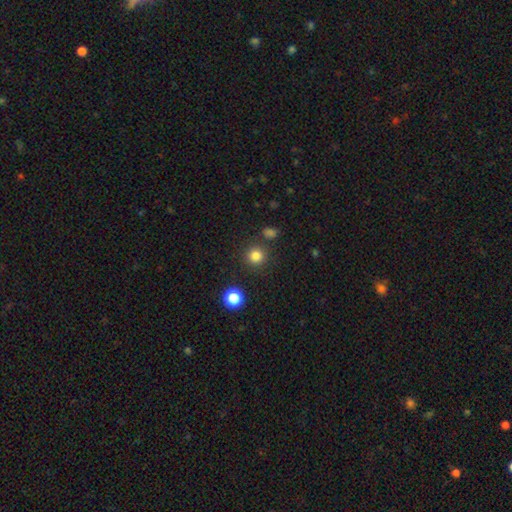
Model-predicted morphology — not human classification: type=smooth (82%); roundness=round (94%); merging=none (87%).